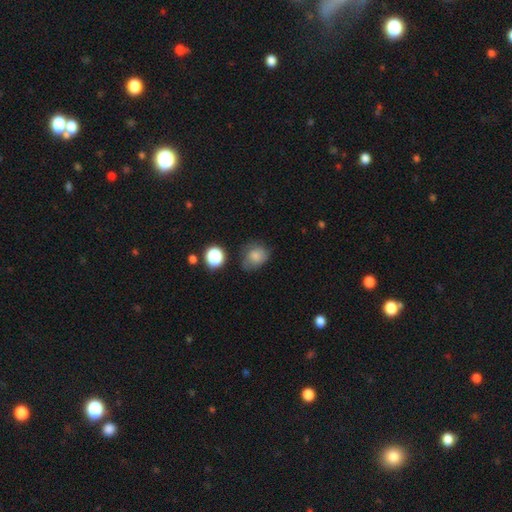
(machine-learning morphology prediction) This appears to be a smooth galaxy with no disk features (75%) that is round (56%). Merging: none (55%).